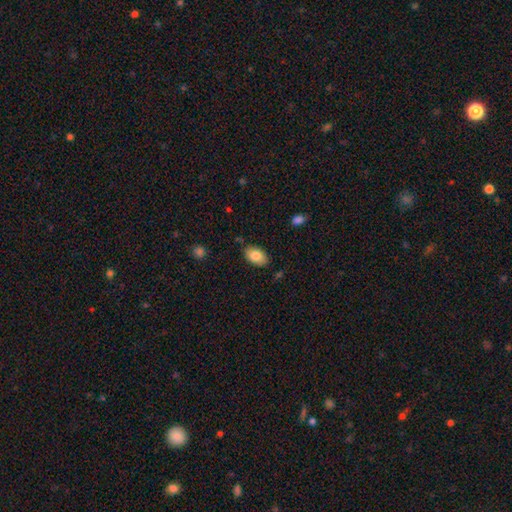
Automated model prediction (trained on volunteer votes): A smooth galaxy with no disk features (83%) that is in between round and cigar-shaped (93%). Merging: none (83%).